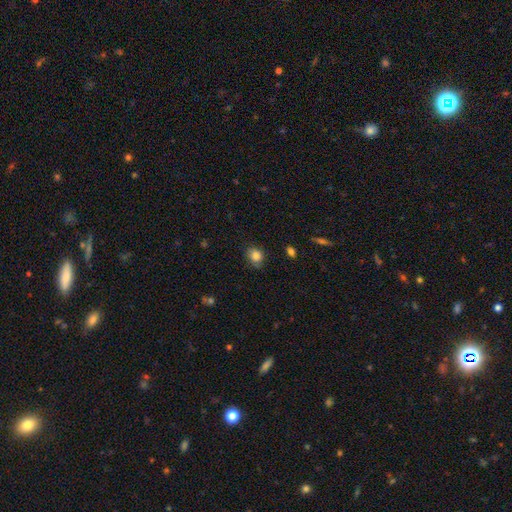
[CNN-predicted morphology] This is clearly a smooth galaxy (84%). How rounded: likely round (65%). Merging: likely none (74%).